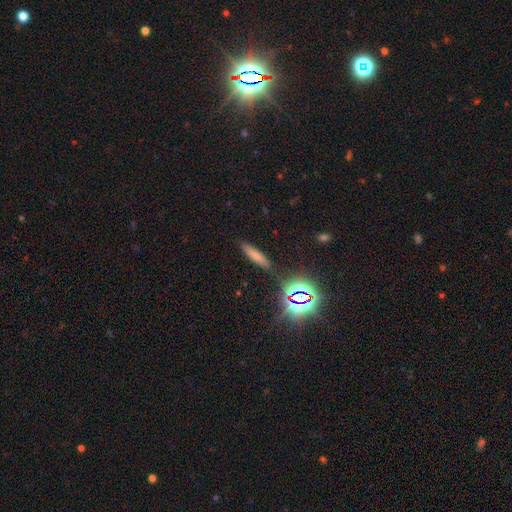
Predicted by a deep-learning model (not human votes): This appears to be a smooth galaxy with no disk features (68%) that is cigar-shaped (80%). Merging: none (85%).